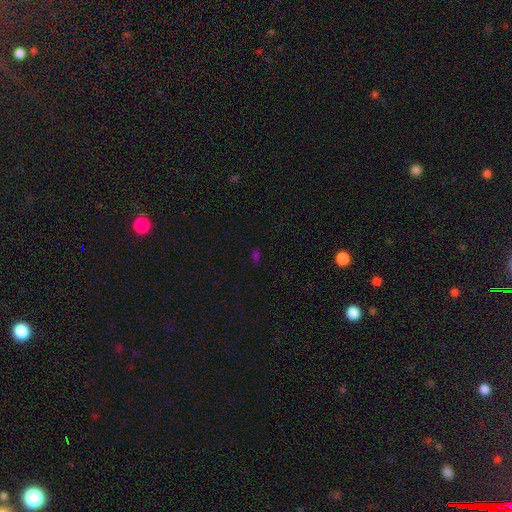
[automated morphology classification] Smooth or featured? Predicted: smooth (p=0.56). How rounded? Predicted: in between (p=0.84). Merging? Predicted: none (p=0.77).